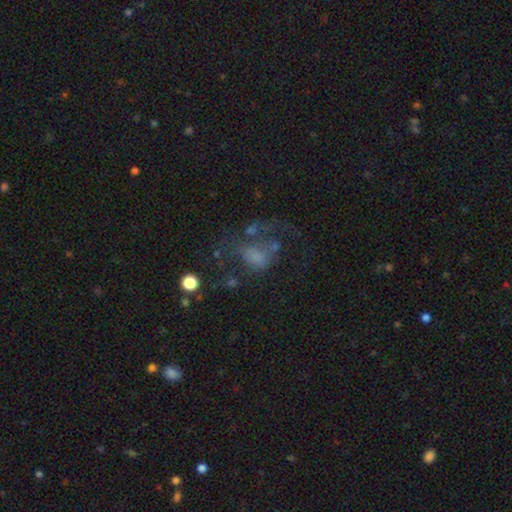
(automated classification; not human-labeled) A smooth galaxy with no disk features (47%).

Vote fractions:
- Smooth or featured? smooth: 47% / featured or disk: 34% / star or artifact: 20%
- Merging? major disturbance: 47% / none: 26% / minor disturbance: 16% / merger: 11%